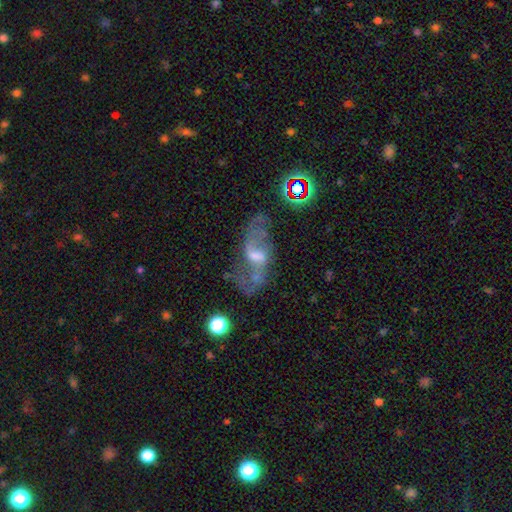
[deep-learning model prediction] Smooth or featured?
  - featured or disk: 68% *
  - smooth: 16%
  - star or artifact: 16%
Edge-on disk?
  - no: 89% *
  - yes: 11%
Bar?
  - weak: 49% *
  - no: 33%
  - strong: 18%
Spiral arms?
  - yes: 74% *
  - no: 26%
Bulge size?
  - moderate: 43% *
  - small: 40%
  - none: 11%
  - large: 5%
  - dominant: 1%
Merging?
  - none: 51% *
  - minor disturbance: 19%
  - major disturbance: 19%
  - merger: 12%